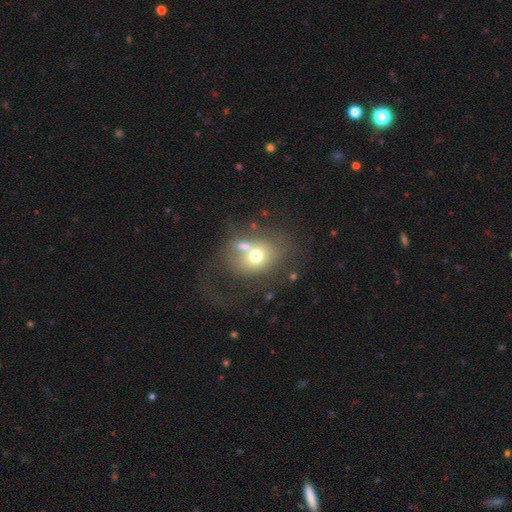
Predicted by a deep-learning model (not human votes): This appears to be a smooth galaxy with no disk features (61%) that is round (54%). Merging: merger (37%).